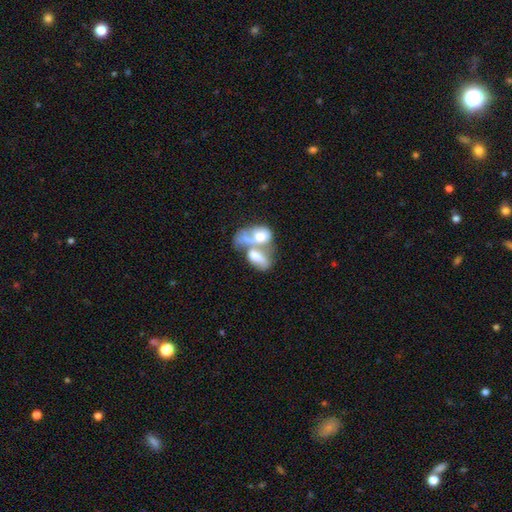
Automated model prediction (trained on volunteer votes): smooth_or_featured: smooth (p=0.54) [alt: featured or disk p=0.39]
how_rounded: in between (p=0.88) [alt: round p=0.08]
merging: merger (p=0.78) [alt: major disturbance p=0.09]